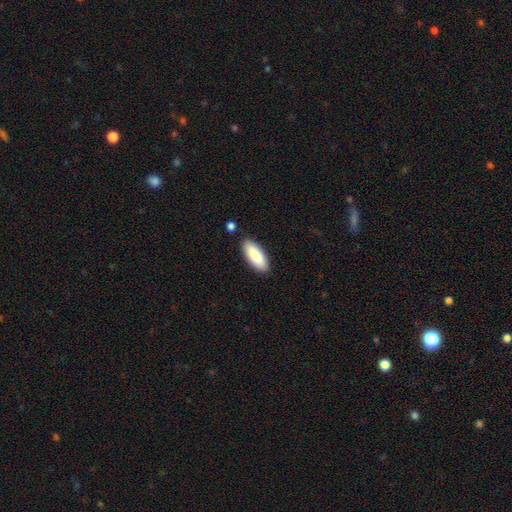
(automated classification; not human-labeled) The model was most divided on "how rounded": in between: 76%, cigar-shaped: 22%, round: 2%. More confident: merging — none (87%); smooth or featured — smooth (87%).